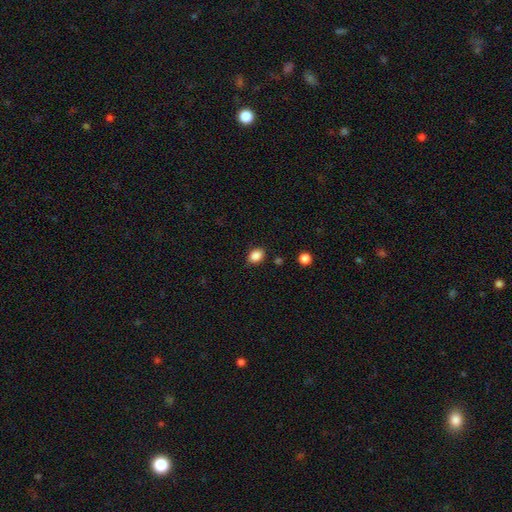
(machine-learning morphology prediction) The model was most divided on "how rounded": in between: 71%, round: 28%, cigar-shaped: 1%. More confident: smooth or featured — smooth (87%); merging — none (81%).